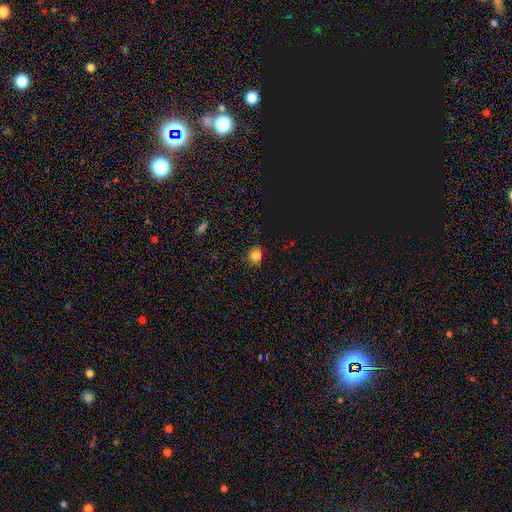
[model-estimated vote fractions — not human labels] Smooth or featured: smooth — 81% (star or artifact — 15%)
How rounded: round — 80% (in between — 19%)
Merging: none — 86% (minor disturbance — 10%)